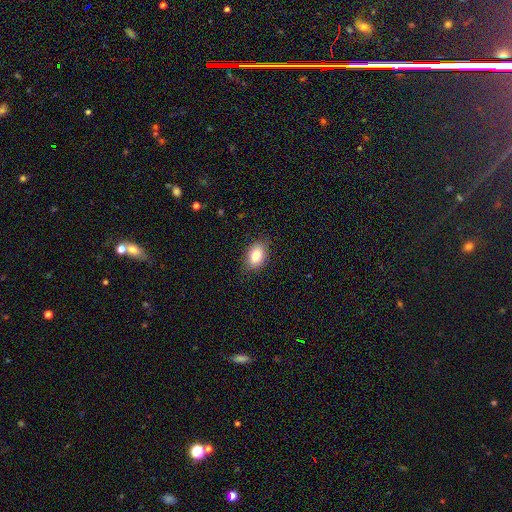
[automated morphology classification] A smooth galaxy with no disk features (83%) that is in between round and cigar-shaped (84%).

Vote fractions:
- Smooth or featured? smooth: 83% / featured or disk: 9% / star or artifact: 8%
- How rounded? in between: 84% / round: 14% / cigar-shaped: 2%
- Merging? none: 84% / minor disturbance: 12% / major disturbance: 3% / merger: 1%